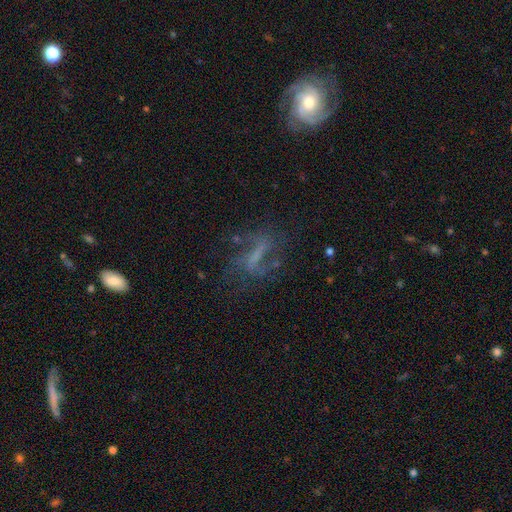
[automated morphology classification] Smooth or featured: featured or disk — 61% (smooth — 22%)
Edge-on disk: no — 87% (yes — 13%)
Bar: strong — 42% (weak — 33%)
Spiral arms: yes — 71% (no — 29%)
Bulge size: none — 57% (small — 25%)
Merging: none — 55% (major disturbance — 22%)